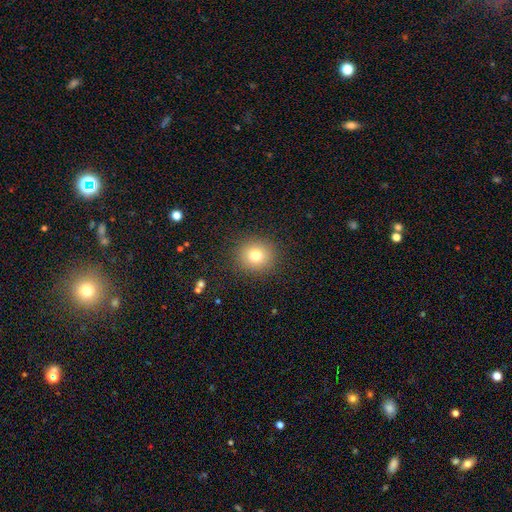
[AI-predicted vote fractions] A smooth galaxy with no disk features (78%) that is round (87%). Merging: none (90%).